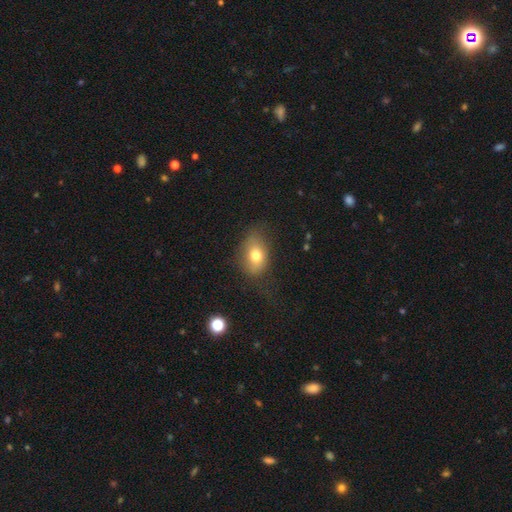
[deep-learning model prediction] The model was most divided on "merging": none: 59%, minor disturbance: 26%, major disturbance: 13%, merger: 2%. More confident: how rounded — in between (77%); smooth or featured — smooth (73%).